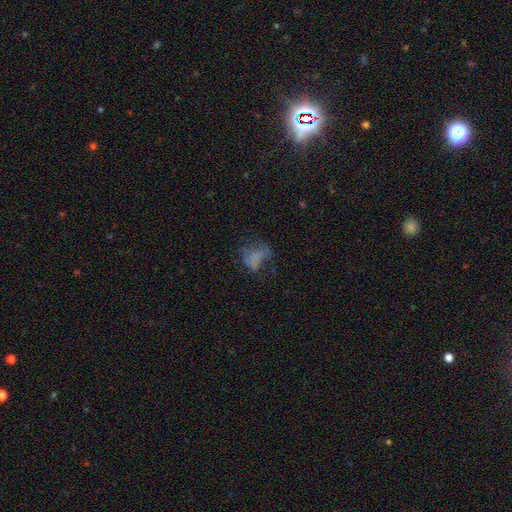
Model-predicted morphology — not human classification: smooth_or_featured: smooth (p=0.48) [alt: featured or disk p=0.31]
merging: major disturbance (p=0.42) [alt: none p=0.34]